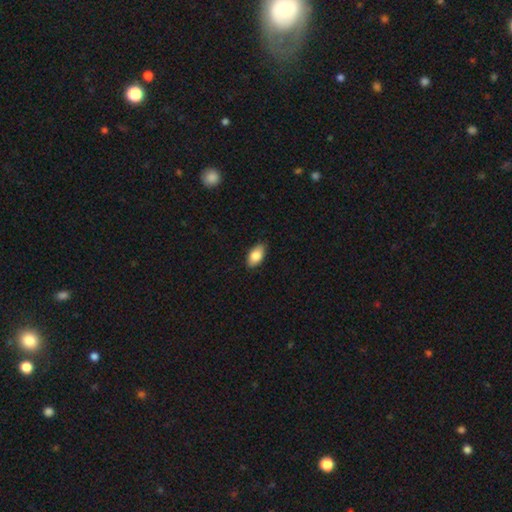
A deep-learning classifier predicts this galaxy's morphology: Smooth or featured?
  - smooth: 82% *
  - featured or disk: 11%
  - star or artifact: 7%
How rounded?
  - in between: 92% *
  - round: 5%
  - cigar-shaped: 3%
Merging?
  - none: 85% *
  - minor disturbance: 12%
  - major disturbance: 2%
  - merger: 1%